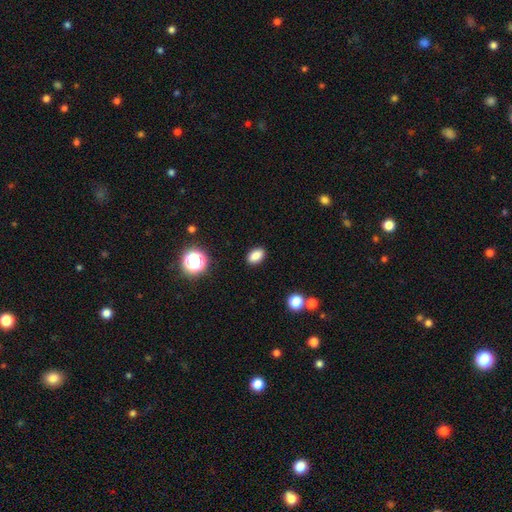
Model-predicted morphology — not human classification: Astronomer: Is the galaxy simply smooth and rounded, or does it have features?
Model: smooth — 85%.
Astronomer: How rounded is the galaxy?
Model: in between — 85%.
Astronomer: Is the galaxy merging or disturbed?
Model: none — 90%.